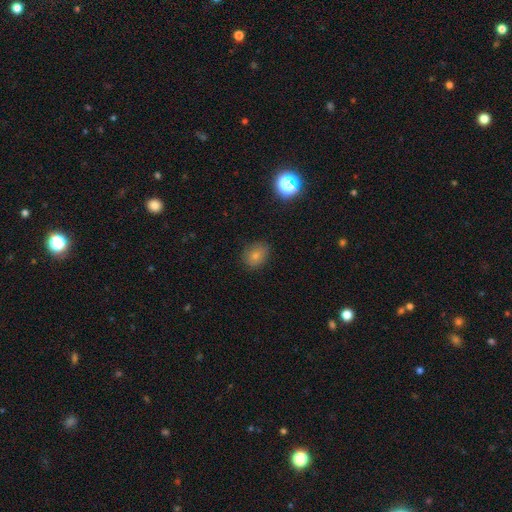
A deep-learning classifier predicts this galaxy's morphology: smooth_or_featured: smooth (p=0.76) [alt: star or artifact p=0.14]
how_rounded: in between (p=0.51) [alt: round p=0.48]
merging: none (p=0.79) [alt: minor disturbance p=0.16]